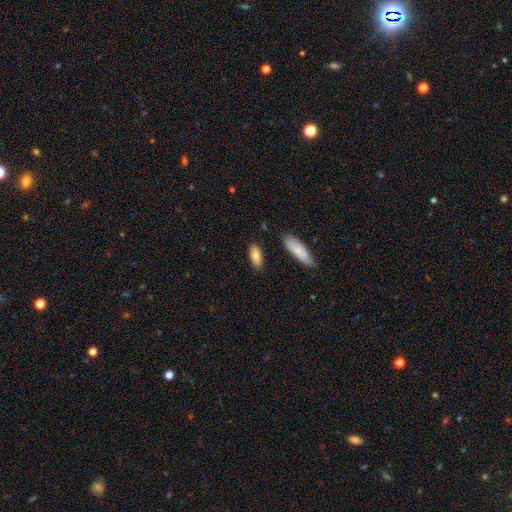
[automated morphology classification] smooth 83%, featured or disk 10%, star or artifact 7%. Down the decision tree: how rounded — in between (83%); merging — none (83%).